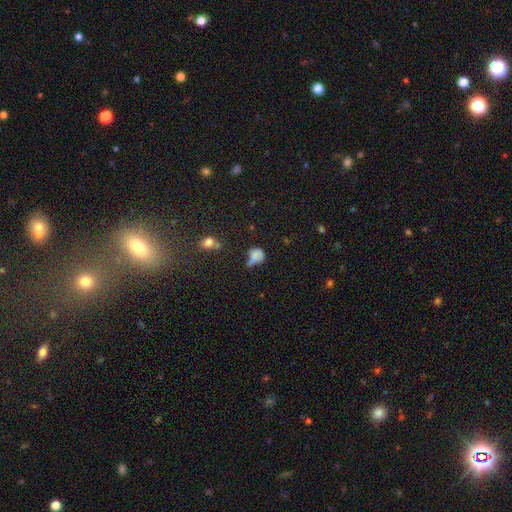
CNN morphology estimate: Smooth or featured?
  - smooth: 63% *
  - featured or disk: 22%
  - star or artifact: 15%
How rounded?
  - in between: 61% *
  - round: 37%
  - cigar-shaped: 3%
Merging?
  - major disturbance: 31% *
  - minor disturbance: 30%
  - none: 25%
  - merger: 13%